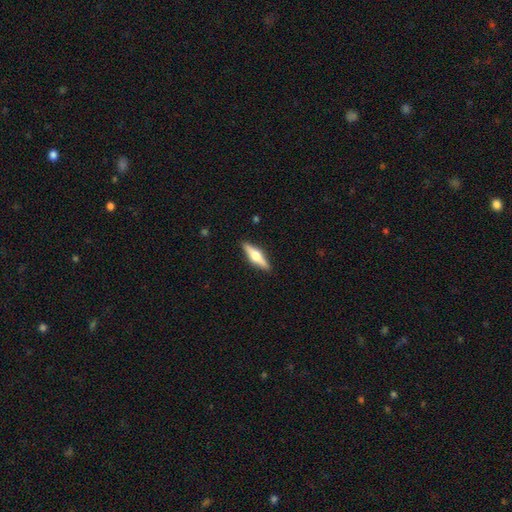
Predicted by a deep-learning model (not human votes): Overall: featured or disk (63%; smooth 32%). Edge-on disk: yes (96%). Edge-on bulge: rounded (94%). Merging: none (90%).